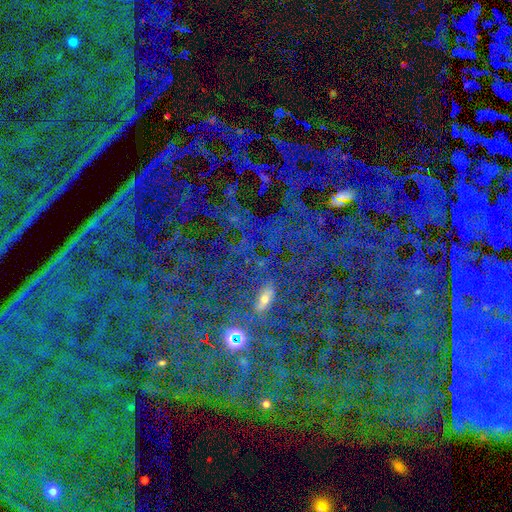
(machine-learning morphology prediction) Smooth or featured?
  - star or artifact: 85% *
  - featured or disk: 8%
  - smooth: 7%